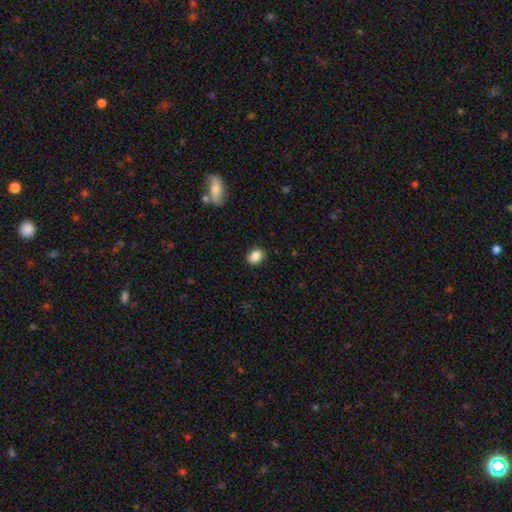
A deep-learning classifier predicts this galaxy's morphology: Q: Smooth or featured?
A: smooth (87%); runner-up: star or artifact (9%)
Q: How rounded?
A: in between (55%); runner-up: round (44%)
Q: Merging?
A: none (88%); runner-up: minor disturbance (9%)